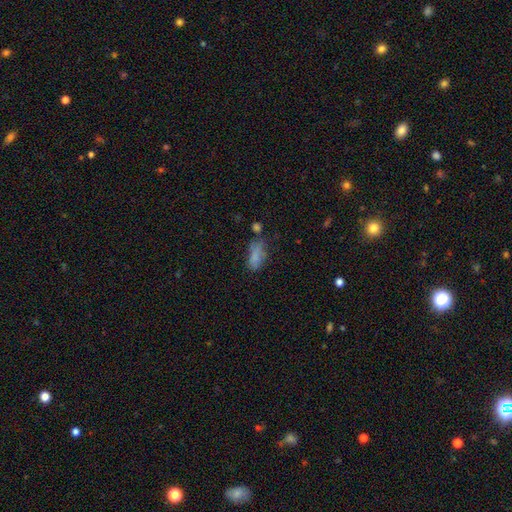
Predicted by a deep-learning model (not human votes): Overall: smooth (72%). How rounded: in between (83%). Merging: none (40%; minor disturbance 27%).